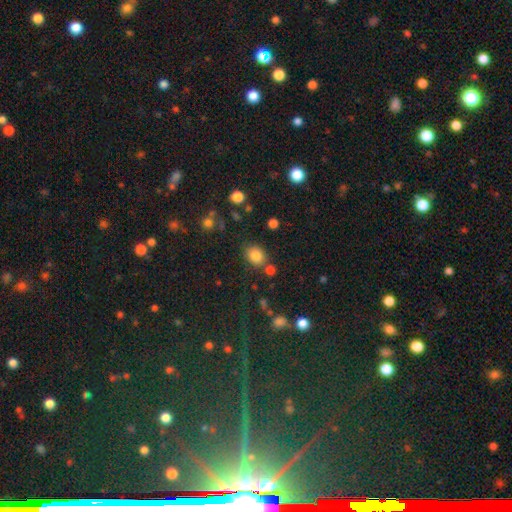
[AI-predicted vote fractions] The model was most divided on "how rounded": round: 54%, in between: 45%, cigar-shaped: 1%. More confident: smooth or featured — smooth (82%); merging — none (74%).